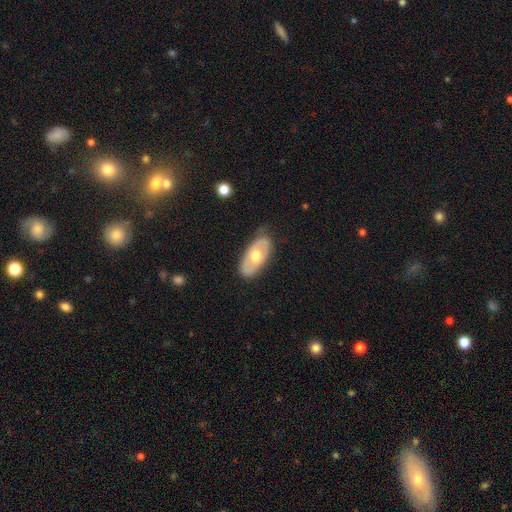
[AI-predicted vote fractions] This is possibly a featured or disk galaxy (50%). It is clearly not viewed edge-on (84%). Merging: likely none (77%).